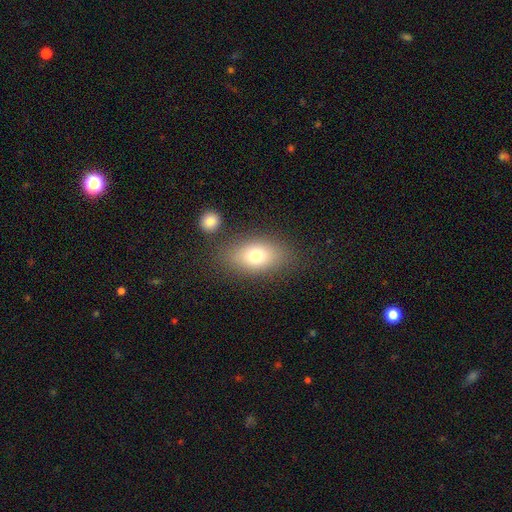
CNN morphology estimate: Q: Smooth or featured?
A: smooth (75%); runner-up: featured or disk (15%)
Q: How rounded?
A: in between (85%); runner-up: round (12%)
Q: Merging?
A: none (76%); runner-up: minor disturbance (12%)